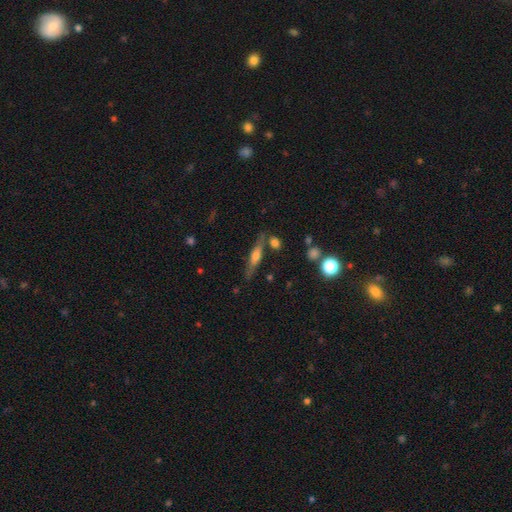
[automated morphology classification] Overall: featured or disk (61%; smooth 31%). Edge-on disk: yes (94%). Edge-on bulge: rounded (80%). Merging: none (76%).